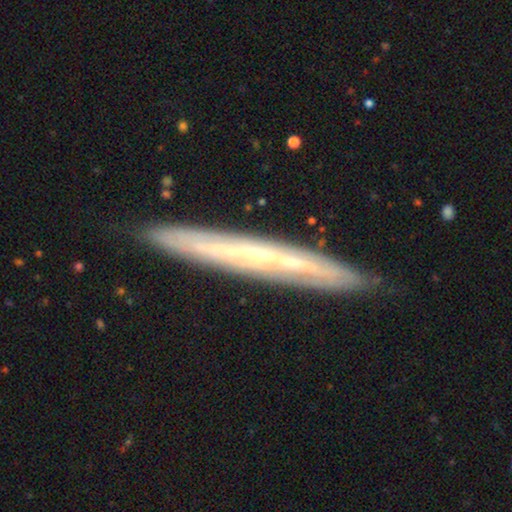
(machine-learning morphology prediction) Q: Smooth or featured?
A: featured or disk (73%); runner-up: smooth (20%)
Q: Edge-on disk?
A: yes (88%); runner-up: no (12%)
Q: Edge-on bulge?
A: none (69%); runner-up: rounded (27%)
Q: Merging?
A: none (86%); runner-up: minor disturbance (10%)